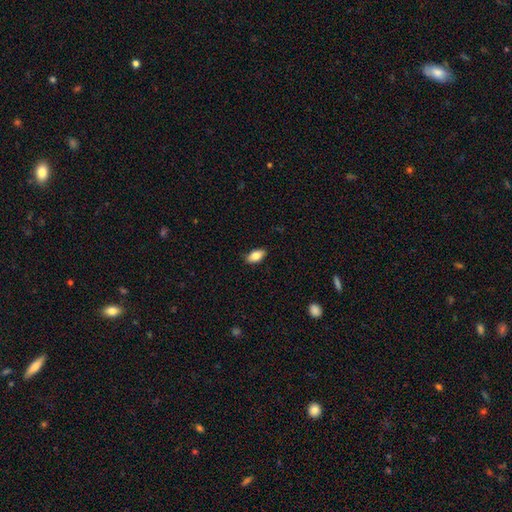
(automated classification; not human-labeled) A smooth galaxy with no disk features (83%) that is in between round and cigar-shaped (91%).

Vote fractions:
- Smooth or featured? smooth: 83% / featured or disk: 10% / star or artifact: 7%
- How rounded? in between: 91% / cigar-shaped: 5% / round: 4%
- Merging? none: 85% / minor disturbance: 12% / major disturbance: 2% / merger: 1%